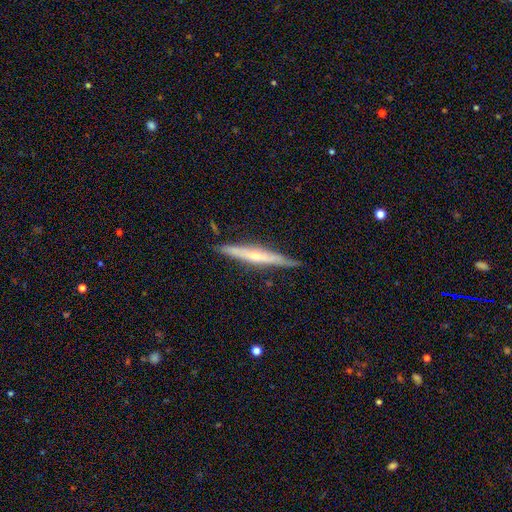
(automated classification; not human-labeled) Q: Smooth or featured?
A: featured or disk (66%); runner-up: smooth (28%)
Q: Edge-on disk?
A: yes (95%); runner-up: no (5%)
Q: Edge-on bulge?
A: rounded (65%); runner-up: none (29%)
Q: Merging?
A: none (85%); runner-up: minor disturbance (11%)